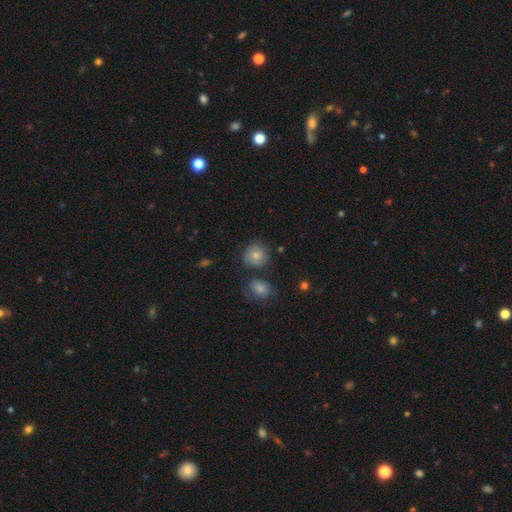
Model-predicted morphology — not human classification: Smooth or featured? Predicted: smooth (p=0.75). How rounded? Predicted: round (p=0.87). Merging? Predicted: none (p=0.69).